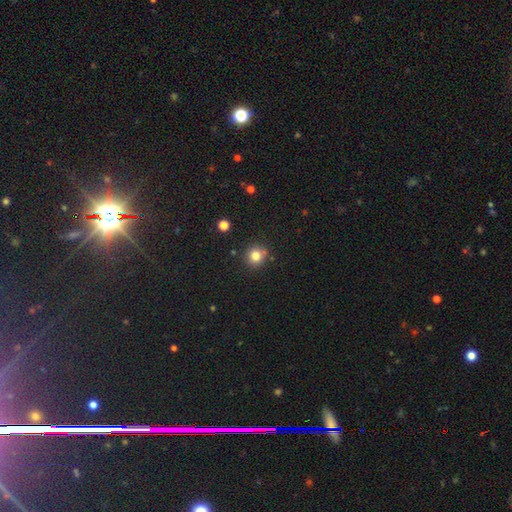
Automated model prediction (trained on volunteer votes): The model was most divided on "smooth or featured": smooth: 80%, star or artifact: 13%, featured or disk: 7%. More confident: how rounded — round (91%); merging — none (83%).